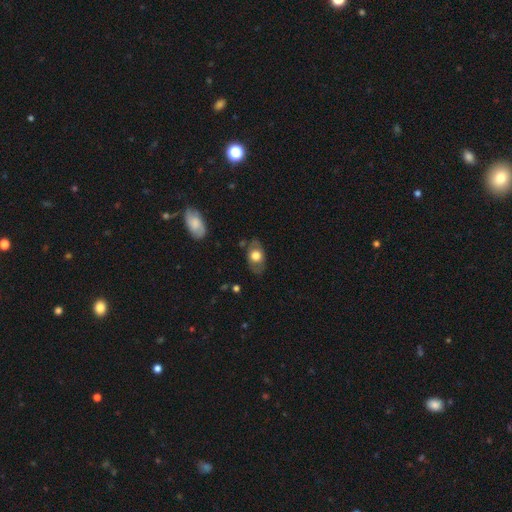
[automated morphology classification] A smooth galaxy with no disk features (60%) that is in between round and cigar-shaped (83%). Merging: none (76%).